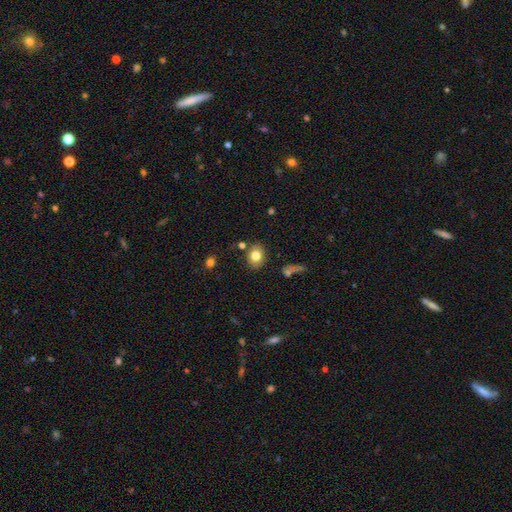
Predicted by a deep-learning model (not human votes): Overall: smooth (79%). How rounded: round (54%; in between 45%). Merging: none (80%).